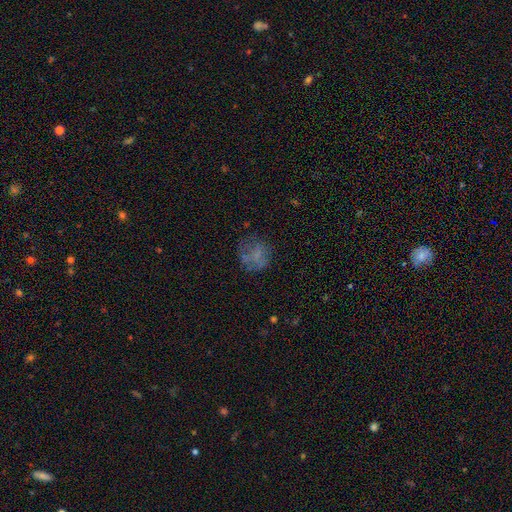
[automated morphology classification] This is possibly a smooth galaxy (52%). How rounded: likely round (76%). Merging: possibly none (60%).